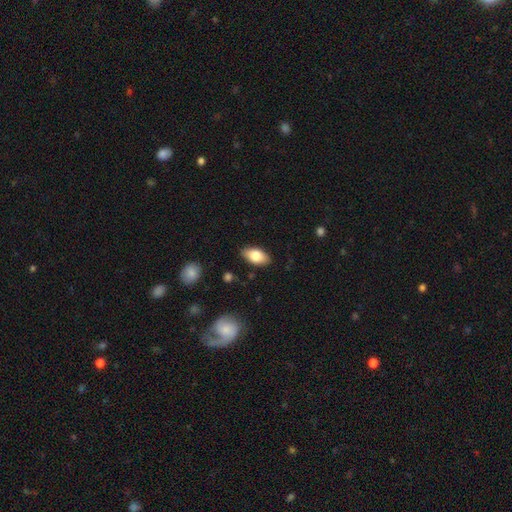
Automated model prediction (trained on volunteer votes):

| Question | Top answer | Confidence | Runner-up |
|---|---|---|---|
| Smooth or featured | smooth | 79% | featured or disk (14%) |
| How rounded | in between | 92% | round (4%) |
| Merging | none | 86% | minor disturbance (10%) |